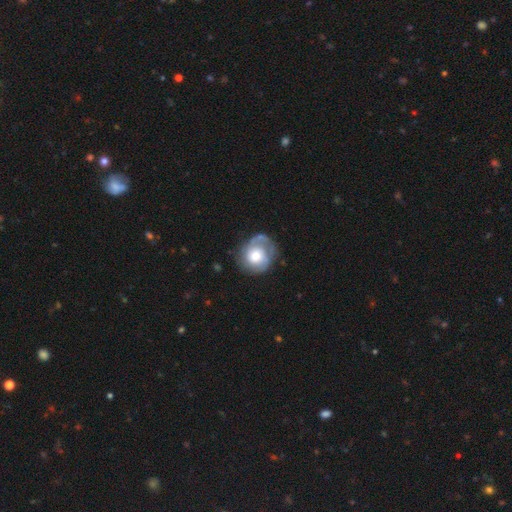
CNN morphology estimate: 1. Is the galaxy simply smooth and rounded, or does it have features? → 57% featured or disk, 36% smooth, 7% star or artifact.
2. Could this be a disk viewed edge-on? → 97% no, 3% yes.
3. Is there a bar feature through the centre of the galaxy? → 79% no, 18% weak, 3% strong.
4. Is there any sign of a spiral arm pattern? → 78% yes, 22% no.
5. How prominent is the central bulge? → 48% moderate, 38% large, 8% small, 3% dominant, 2% none.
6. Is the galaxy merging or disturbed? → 62% none, 22% minor disturbance, 13% major disturbance, 2% merger.